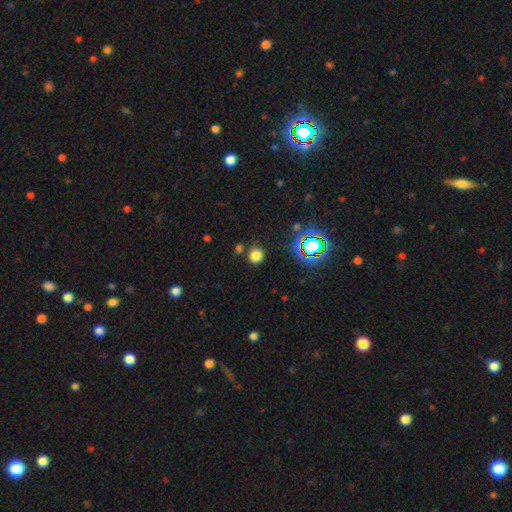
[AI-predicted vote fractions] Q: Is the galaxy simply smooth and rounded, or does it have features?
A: smooth — 74%.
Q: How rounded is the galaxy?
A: round — 89%.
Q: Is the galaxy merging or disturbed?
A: none — 80%.